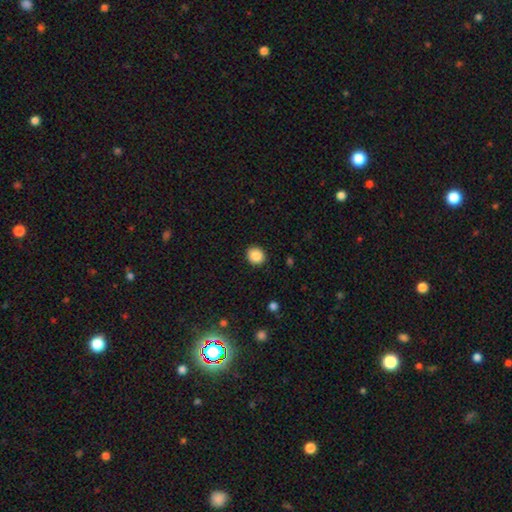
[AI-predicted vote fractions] A smooth galaxy with no disk features (87%) that is round (74%).

Vote fractions:
- Smooth or featured? smooth: 87% / star or artifact: 9% / featured or disk: 4%
- How rounded? round: 74% / in between: 25% / cigar-shaped: 1%
- Merging? none: 91% / minor disturbance: 6% / major disturbance: 2% / merger: 1%